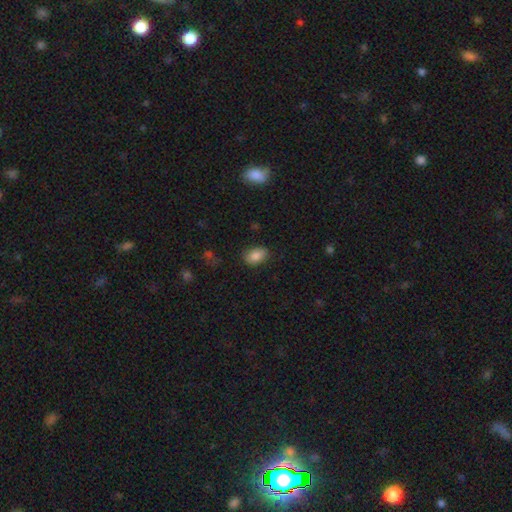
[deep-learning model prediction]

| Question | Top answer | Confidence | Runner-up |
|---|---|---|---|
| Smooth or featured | smooth | 86% | star or artifact (8%) |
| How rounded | in between | 87% | round (12%) |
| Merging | none | 83% | minor disturbance (13%) |